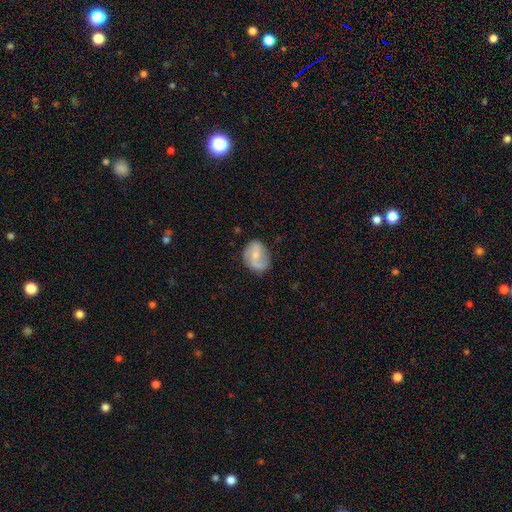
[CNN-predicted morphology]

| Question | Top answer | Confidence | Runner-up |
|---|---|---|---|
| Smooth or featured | featured or disk | 52% | smooth (41%) |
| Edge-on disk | no | 97% | yes (3%) |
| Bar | no | 46% | weak (42%) |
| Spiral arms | yes | 78% | no (22%) |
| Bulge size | small | 49% | moderate (43%) |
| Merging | none | 67% | minor disturbance (23%) |